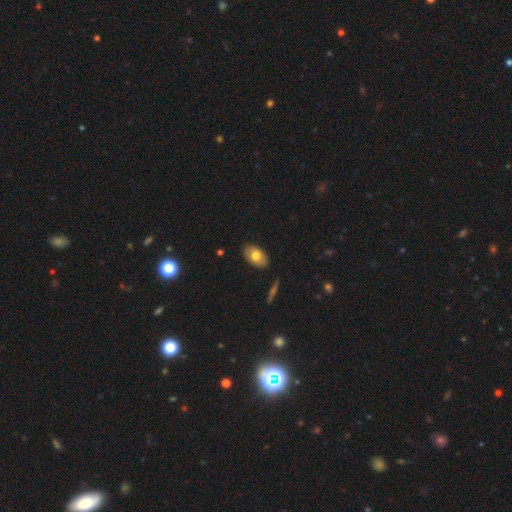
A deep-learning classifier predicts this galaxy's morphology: Smooth or featured? Predicted: smooth (p=0.75). How rounded? Predicted: in between (p=0.92). Merging? Predicted: none (p=0.87).